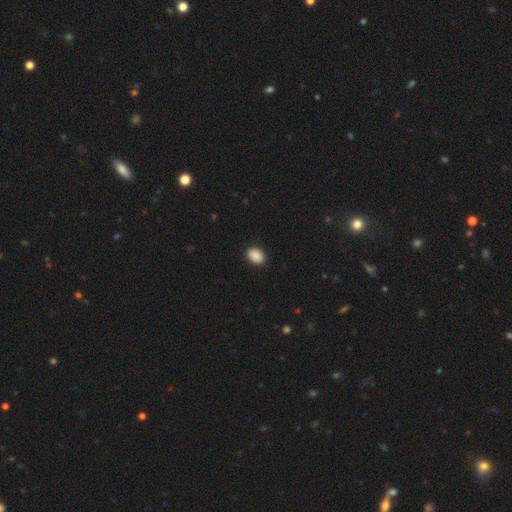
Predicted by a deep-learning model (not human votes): smooth_or_featured: smooth (p=0.90) [alt: star or artifact p=0.08]
how_rounded: in between (p=0.72) [alt: round p=0.27]
merging: none (p=0.90) [alt: minor disturbance p=0.07]